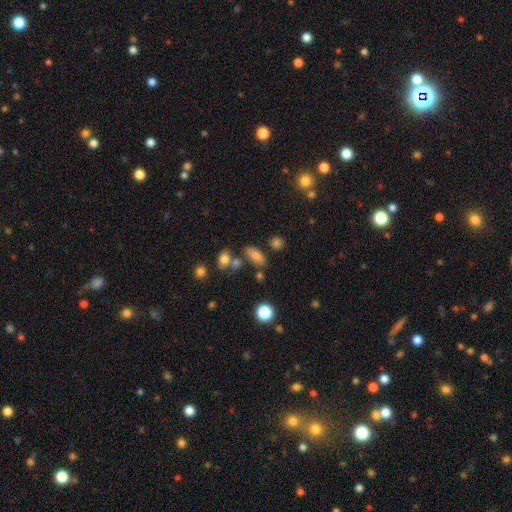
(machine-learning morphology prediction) smooth-or-featured: smooth: 76% | featured or disk: 12% | star or artifact: 12%
  how-rounded: in between: 80% | cigar-shaped: 13% | round: 7%
  merging: none: 70% | minor disturbance: 13% | merger: 13% | major disturbance: 4%